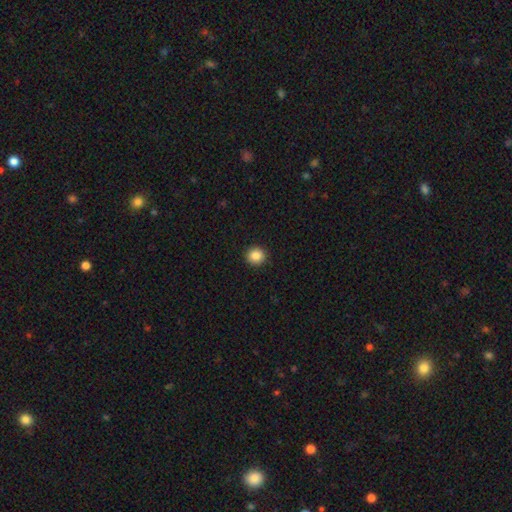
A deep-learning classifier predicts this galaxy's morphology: Overall: smooth (86%). How rounded: round (93%). Merging: none (93%).